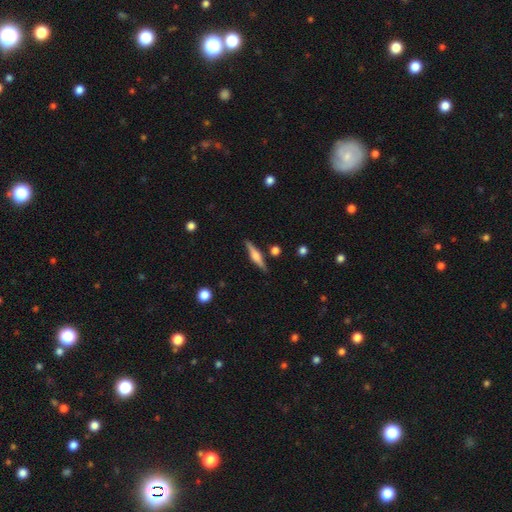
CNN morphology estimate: Smooth or featured?
  - featured or disk: 67% *
  - smooth: 27%
  - star or artifact: 6%
Edge-on disk?
  - yes: 97% *
  - no: 3%
Edge-on bulge?
  - rounded: 85% *
  - boxy: 11%
  - none: 4%
Merging?
  - none: 88% *
  - minor disturbance: 8%
  - merger: 2%
  - major disturbance: 2%